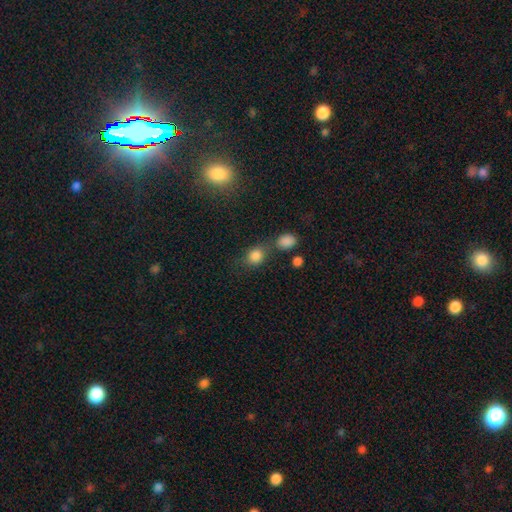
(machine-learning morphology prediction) smooth 82%, star or artifact 12%, featured or disk 6%. Down the decision tree: how rounded — round (64%); merging — none (54%).